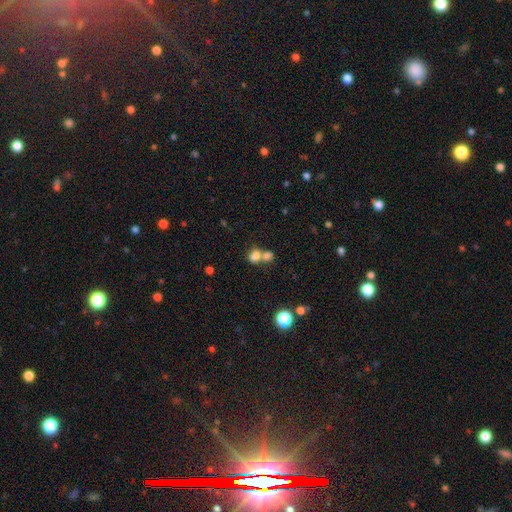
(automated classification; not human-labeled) Smooth or featured: smooth — 75% (star or artifact — 13%)
How rounded: in between — 53% (round — 45%)
Merging: merger — 64% (none — 25%)